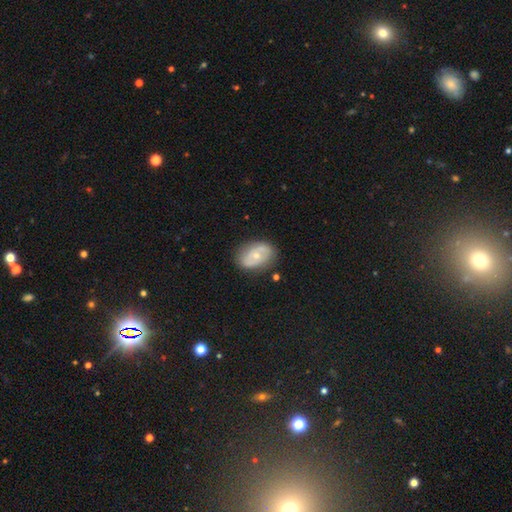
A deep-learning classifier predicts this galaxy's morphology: Overall: featured or disk (54%; smooth 39%). Edge-on disk: no (94%). Bar: no (72%). Spiral arms: no (52%; yes 48%). Bulge size: moderate (48%, tied with small). Merging: none (77%).